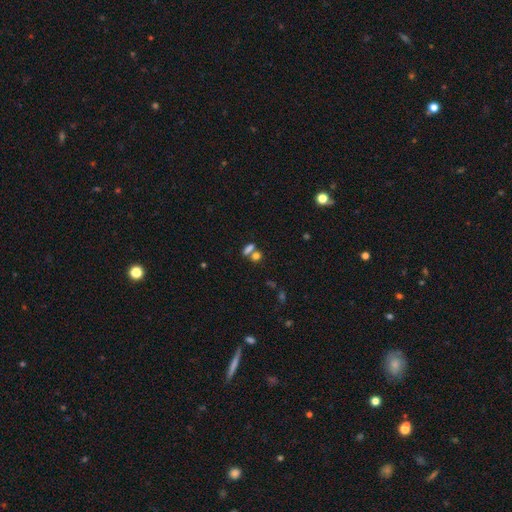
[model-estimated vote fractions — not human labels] Smooth or featured: smooth — 71% (star or artifact — 18%)
How rounded: round — 46% (in between — 42%)
Merging: none — 50% (merger — 36%)